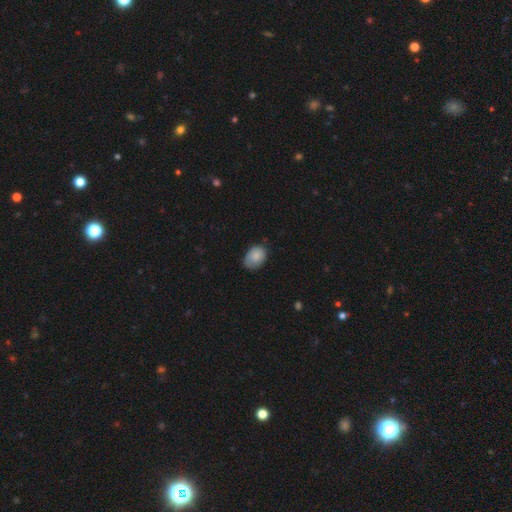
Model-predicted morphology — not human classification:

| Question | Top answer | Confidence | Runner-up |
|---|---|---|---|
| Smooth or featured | smooth | 80% | featured or disk (13%) |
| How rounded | in between | 71% | round (28%) |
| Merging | none | 63% | minor disturbance (30%) |